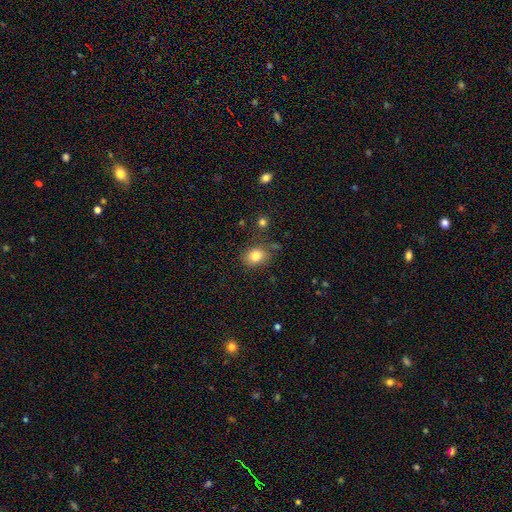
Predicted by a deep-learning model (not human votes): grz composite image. It shows a smooth galaxy with no disk features (82%) that is in between round and cigar-shaped (55%). Merging: none (75%).